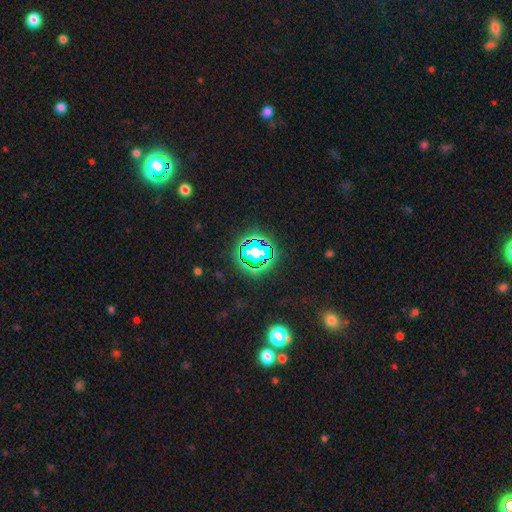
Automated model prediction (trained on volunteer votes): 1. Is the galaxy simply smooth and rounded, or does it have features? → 67% star or artifact, 22% smooth, 11% featured or disk.